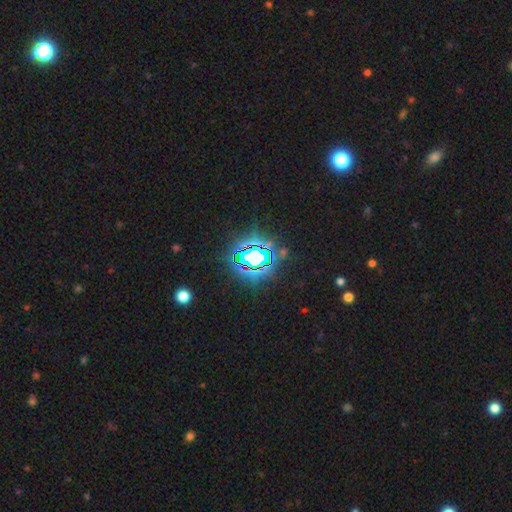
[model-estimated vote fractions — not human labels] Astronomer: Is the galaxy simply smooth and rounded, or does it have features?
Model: star or artifact — 75%.